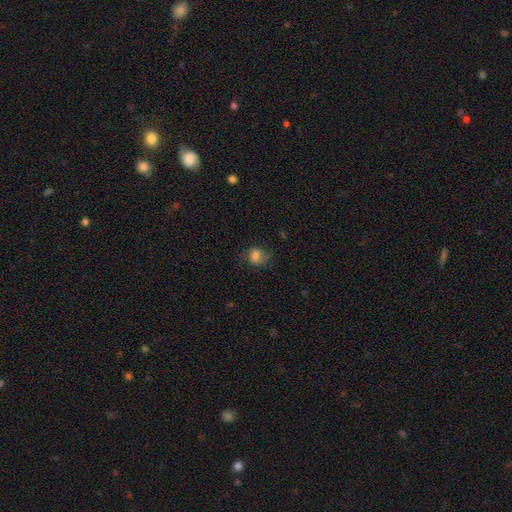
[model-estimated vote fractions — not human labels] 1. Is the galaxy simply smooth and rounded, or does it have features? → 72% smooth, 17% featured or disk, 11% star or artifact.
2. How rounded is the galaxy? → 58% round, 41% in between, 1% cigar-shaped.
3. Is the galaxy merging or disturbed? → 58% none, 26% minor disturbance, 14% major disturbance, 2% merger.